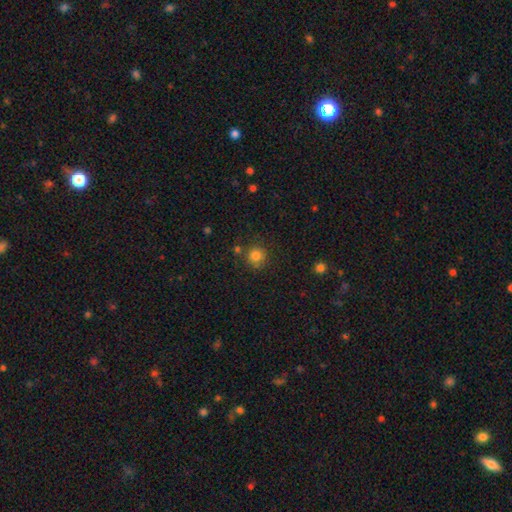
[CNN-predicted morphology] smooth-or-featured: smooth: 82% | star or artifact: 12% | featured or disk: 6%
  how-rounded: round: 92% | in between: 7% | cigar-shaped: 1%
  merging: none: 78% | minor disturbance: 12% | merger: 7% | major disturbance: 4%